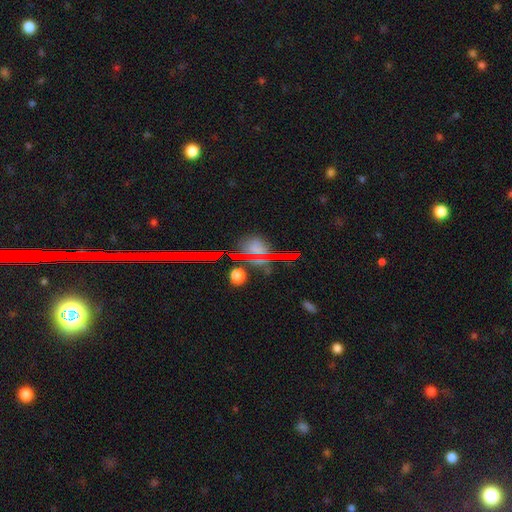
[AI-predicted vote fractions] Smooth or featured? Predicted: star or artifact (p=0.65).